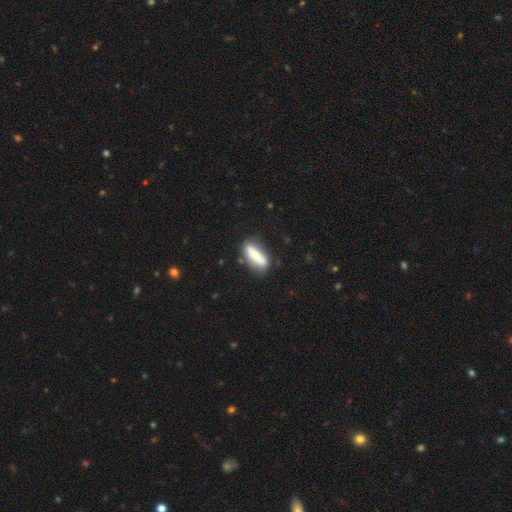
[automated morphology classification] Smooth or featured? Predicted: smooth (p=0.65). How rounded? Predicted: in between (p=0.56). Merging? Predicted: none (p=0.72).